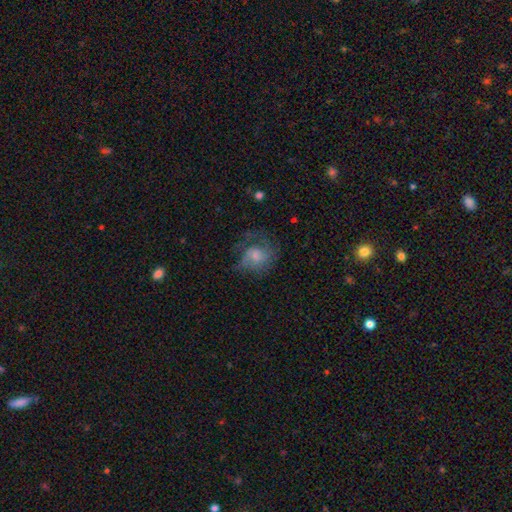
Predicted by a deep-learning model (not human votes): Smooth or featured? Predicted: smooth (p=0.47). Merging? Predicted: none (p=0.43).